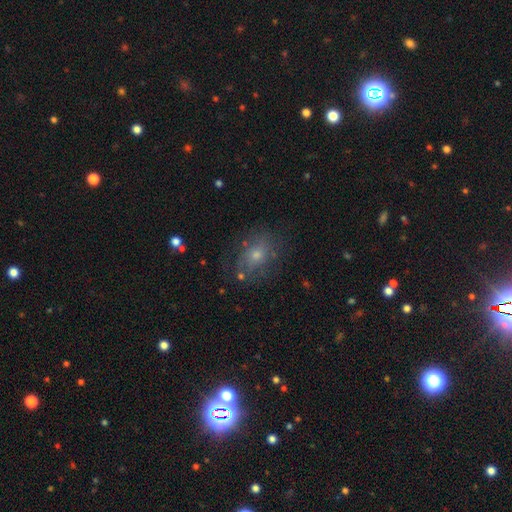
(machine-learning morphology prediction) Smooth or featured: smooth — 49% (featured or disk — 34%)
Merging: none — 69% (minor disturbance — 19%)